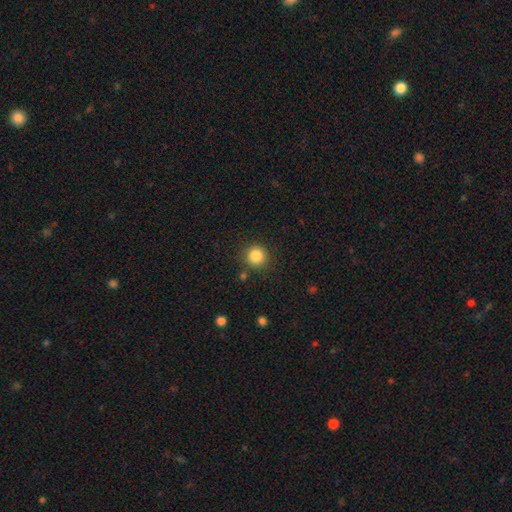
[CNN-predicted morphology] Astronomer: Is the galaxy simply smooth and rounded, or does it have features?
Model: smooth — 85%.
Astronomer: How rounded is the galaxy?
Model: round — 93%.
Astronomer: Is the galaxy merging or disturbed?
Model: none — 87%.